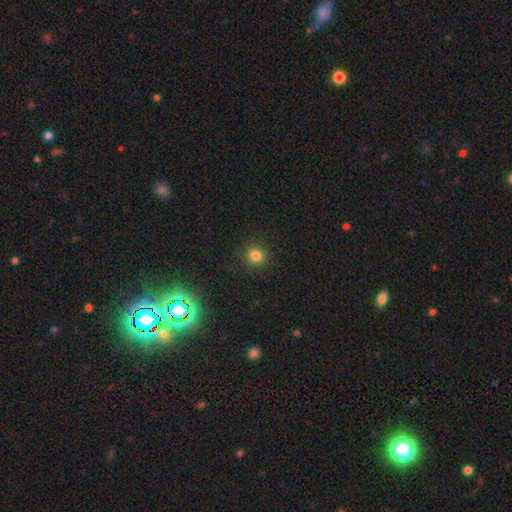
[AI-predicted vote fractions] smooth-or-featured: smooth: 81% | star or artifact: 14% | featured or disk: 5%
  how-rounded: round: 89% | in between: 10% | cigar-shaped: 1%
  merging: none: 91% | minor disturbance: 5% | major disturbance: 2% | merger: 1%